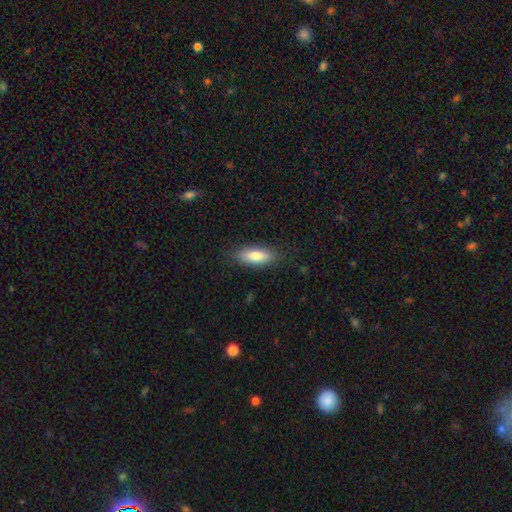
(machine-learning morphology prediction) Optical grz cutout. It shows a smooth galaxy with no disk features (79%) that is in between round and cigar-shaped (66%). Merging: none (84%).